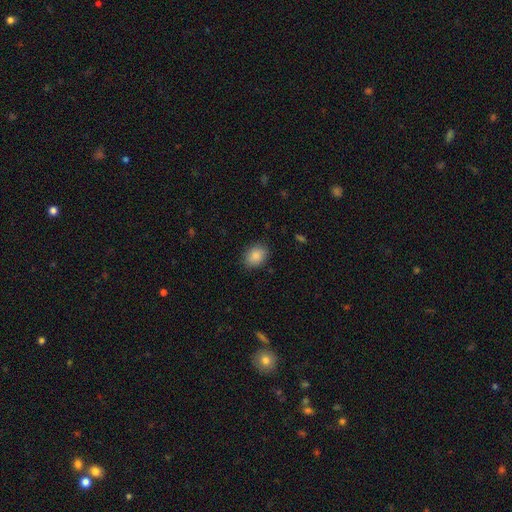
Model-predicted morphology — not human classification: The model was most divided on "how rounded": in between: 66%, round: 33%, cigar-shaped: 1%. More confident: smooth or featured — smooth (87%); merging — none (85%).